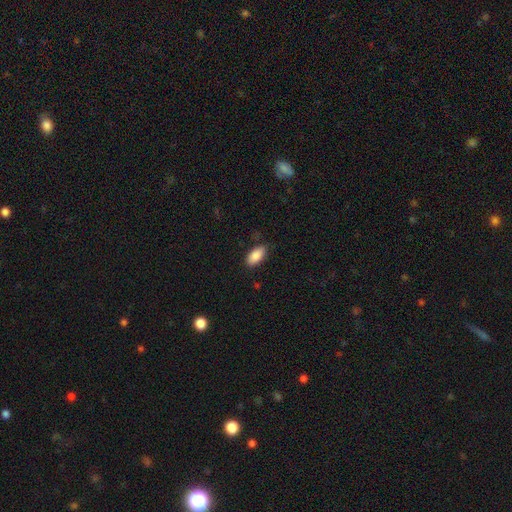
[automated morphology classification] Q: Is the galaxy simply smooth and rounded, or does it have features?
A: smooth — 88%.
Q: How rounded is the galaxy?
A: in between — 92%.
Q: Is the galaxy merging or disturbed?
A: none — 82%.